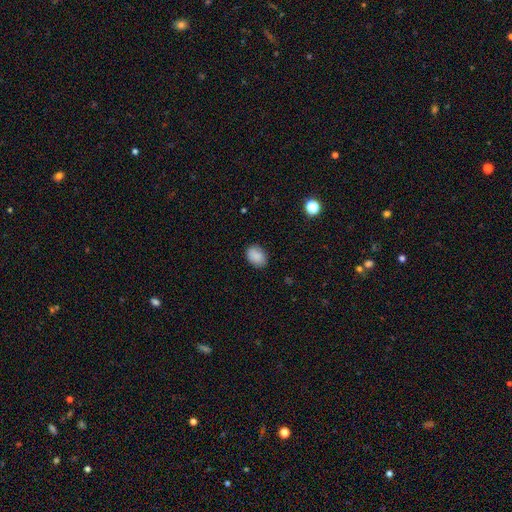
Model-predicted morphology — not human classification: A smooth galaxy with no disk features (88%) that is in between round and cigar-shaped (76%).

Vote fractions:
- Smooth or featured? smooth: 88% / star or artifact: 8% / featured or disk: 4%
- How rounded? in between: 76% / round: 23% / cigar-shaped: 1%
- Merging? none: 83% / minor disturbance: 13% / major disturbance: 3% / merger: 1%